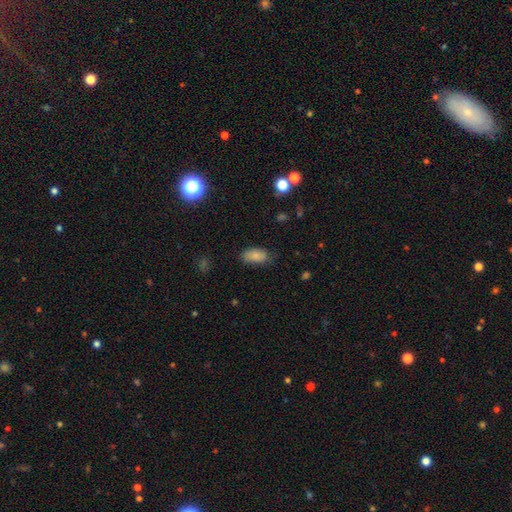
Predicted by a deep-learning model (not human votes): This appears to be a smooth galaxy with no disk features (84%) that is in between round and cigar-shaped (92%). Merging: none (71%).